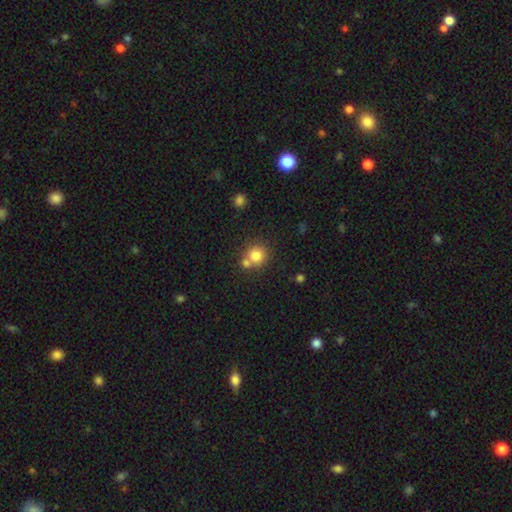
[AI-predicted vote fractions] Smooth or featured: smooth — 80% (star or artifact — 12%)
How rounded: round — 90% (in between — 9%)
Merging: none — 61% (merger — 29%)